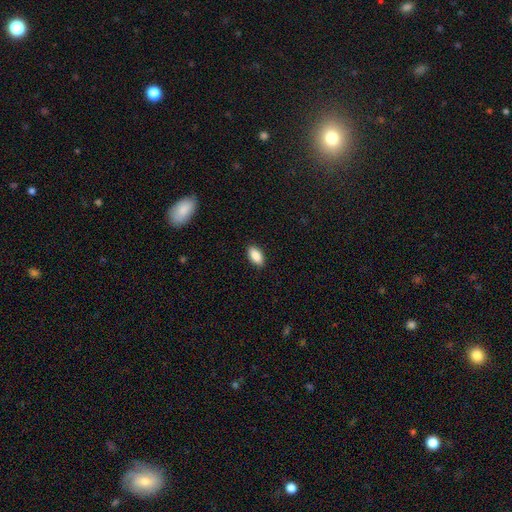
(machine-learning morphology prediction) Q: Smooth or featured?
A: smooth (89%); runner-up: star or artifact (7%)
Q: How rounded?
A: in between (93%); runner-up: cigar-shaped (4%)
Q: Merging?
A: none (89%); runner-up: minor disturbance (8%)